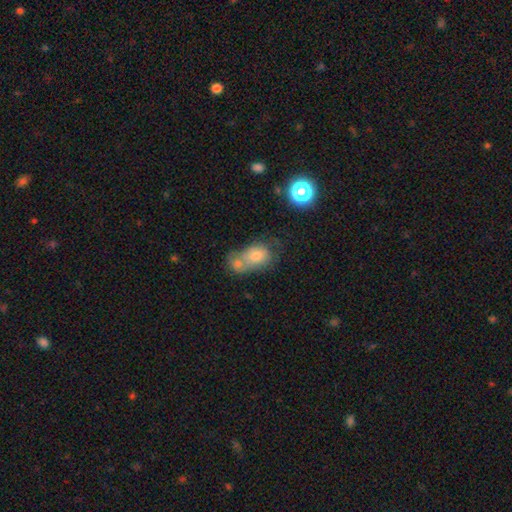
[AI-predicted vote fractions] Smooth or featured: smooth — 71% (featured or disk — 18%)
How rounded: in between — 67% (round — 31%)
Merging: merger — 57% (none — 24%)